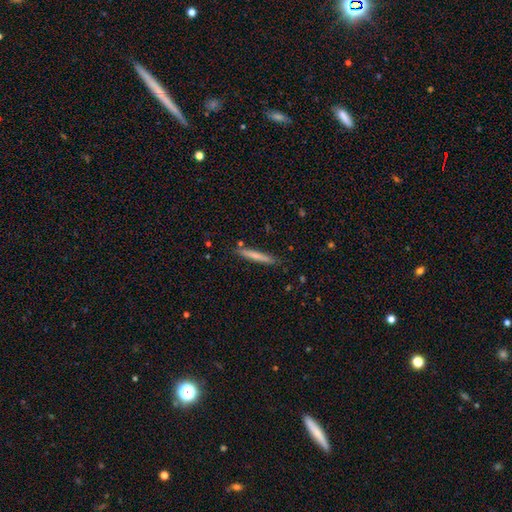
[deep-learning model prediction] A smooth galaxy with no disk features (69%) that is cigar-shaped (96%).

Vote fractions:
- Smooth or featured? smooth: 69% / featured or disk: 25% / star or artifact: 6%
- How rounded? cigar-shaped: 96% / in between: 3% / round: 1%
- Merging? none: 87% / minor disturbance: 9% / merger: 2% / major disturbance: 2%